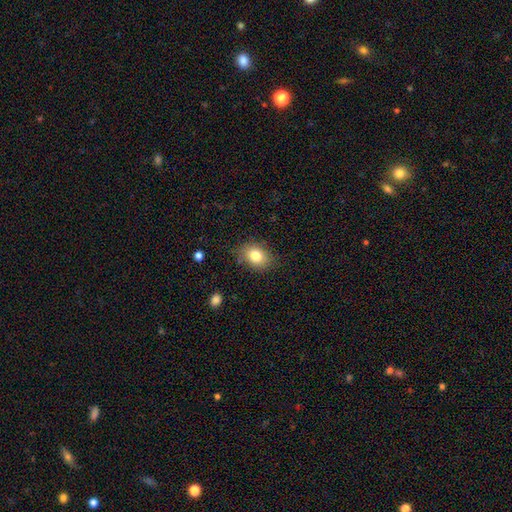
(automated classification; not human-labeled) This is clearly a smooth galaxy (80%). How rounded: likely in between (66%). Merging: clearly none (80%).